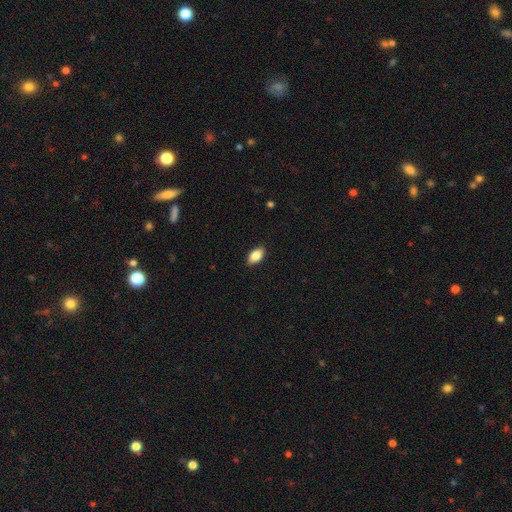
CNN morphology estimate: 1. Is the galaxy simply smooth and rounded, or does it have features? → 86% smooth, 7% star or artifact, 7% featured or disk.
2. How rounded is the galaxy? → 91% in between, 4% round, 4% cigar-shaped.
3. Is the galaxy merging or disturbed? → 88% none, 9% minor disturbance, 2% major disturbance, 1% merger.